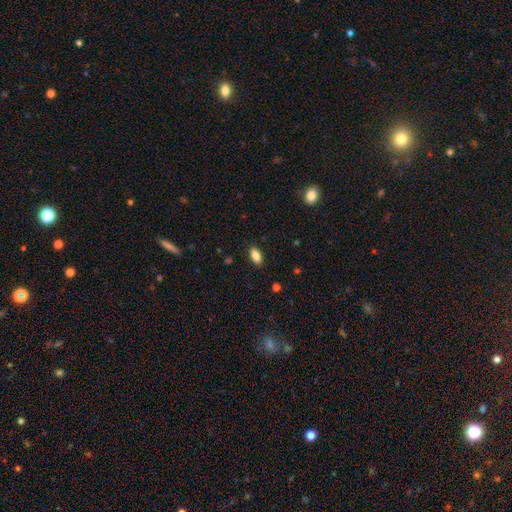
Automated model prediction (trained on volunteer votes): Morphology: type=smooth (86%); roundness=in between (91%); merging=none (88%).